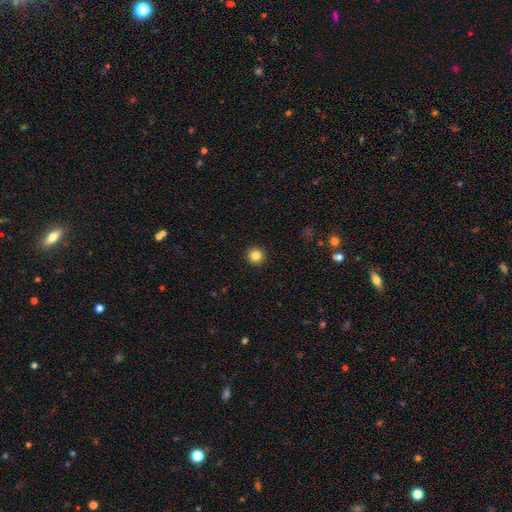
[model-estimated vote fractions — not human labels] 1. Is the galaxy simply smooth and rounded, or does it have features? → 84% smooth, 11% star or artifact, 5% featured or disk.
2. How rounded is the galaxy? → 96% round, 3% in between, 1% cigar-shaped.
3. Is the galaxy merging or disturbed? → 94% none, 4% minor disturbance, 2% major disturbance, 1% merger.